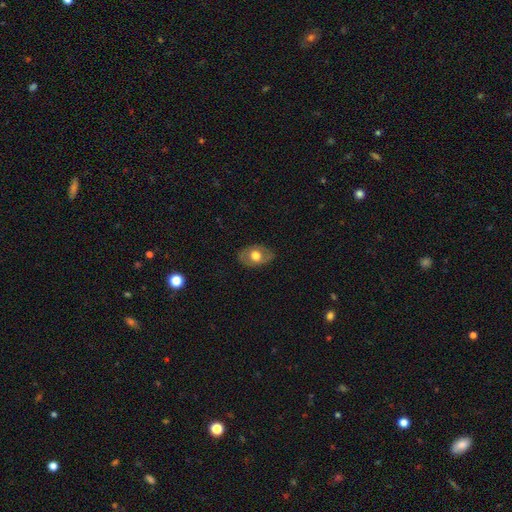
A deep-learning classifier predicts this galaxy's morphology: This is possibly a smooth galaxy (57%). How rounded: likely in between (80%). Merging: likely none (80%).